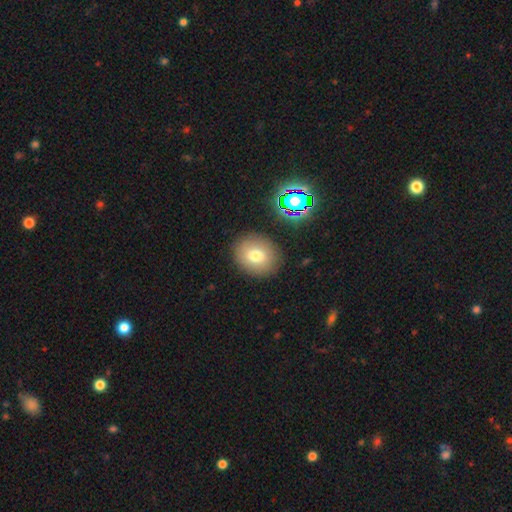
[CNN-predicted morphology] type=smooth (74%); roundness=round (64%); merging=none (86%).